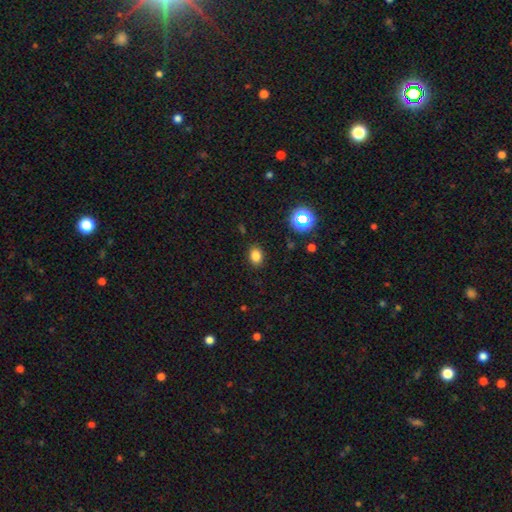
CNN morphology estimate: Smooth or featured?
  - smooth: 80% *
  - star or artifact: 16%
  - featured or disk: 5%
How rounded?
  - in between: 68% *
  - round: 31%
  - cigar-shaped: 1%
Merging?
  - none: 87% *
  - minor disturbance: 9%
  - major disturbance: 3%
  - merger: 1%